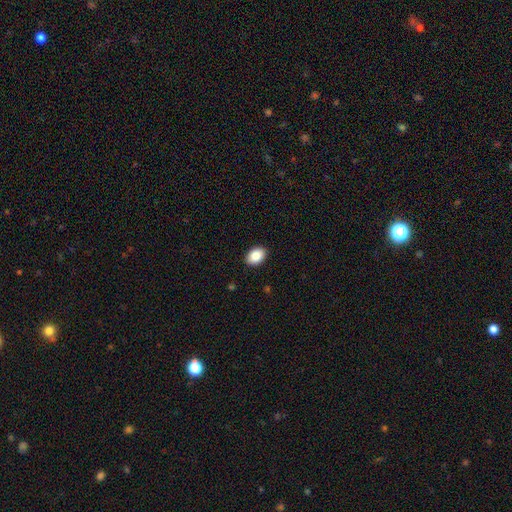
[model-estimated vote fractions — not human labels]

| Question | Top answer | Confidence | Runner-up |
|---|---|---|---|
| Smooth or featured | smooth | 87% | star or artifact (7%) |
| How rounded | in between | 83% | round (16%) |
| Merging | none | 90% | minor disturbance (7%) |